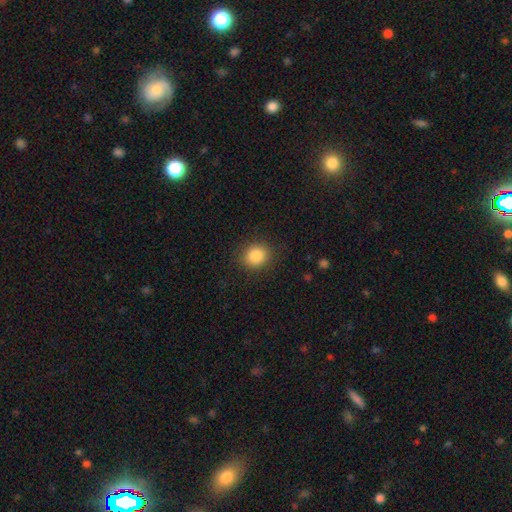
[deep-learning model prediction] Smooth or featured: smooth — 85% (star or artifact — 10%)
How rounded: round — 73% (in between — 26%)
Merging: none — 89% (minor disturbance — 8%)